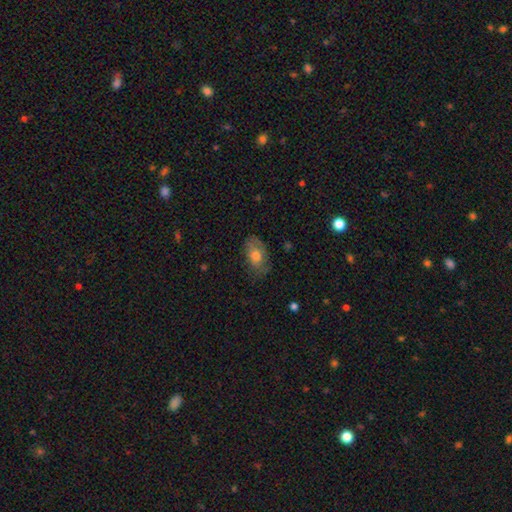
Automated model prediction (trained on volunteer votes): This appears to be a smooth galaxy with no disk features (68%) that is in between round and cigar-shaped (89%). Merging: none (65%).